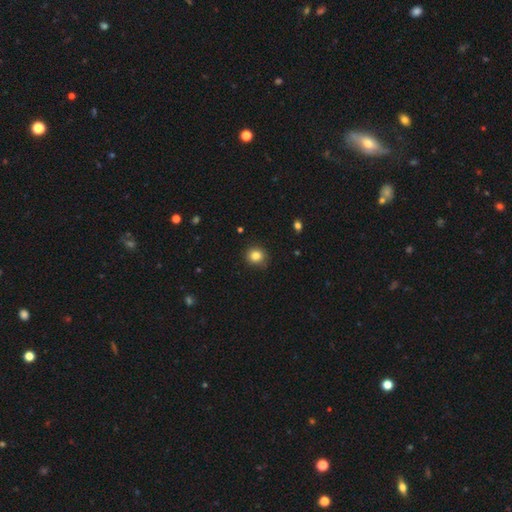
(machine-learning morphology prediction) Overall: smooth (83%). How rounded: round (87%). Merging: none (86%).